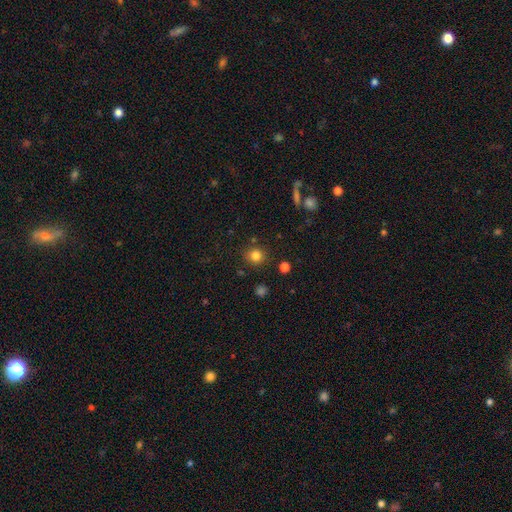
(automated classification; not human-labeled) Smooth or featured? Predicted: smooth (p=0.81). How rounded? Predicted: round (p=0.89). Merging? Predicted: none (p=0.86).